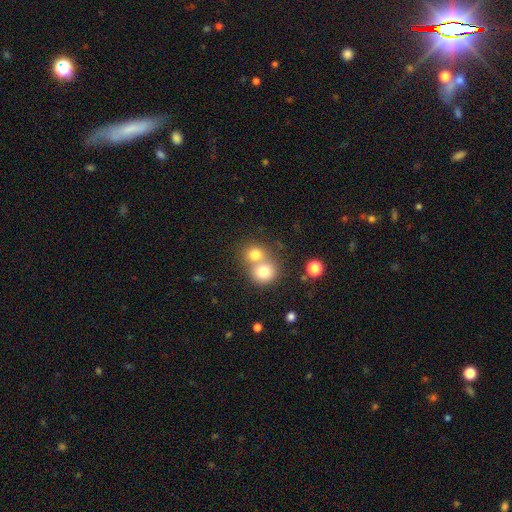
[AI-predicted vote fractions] A smooth galaxy with no disk features (72%) that is round (81%).

Vote fractions:
- Smooth or featured? smooth: 72% / featured or disk: 15% / star or artifact: 13%
- How rounded? round: 81% / in between: 18% / cigar-shaped: 1%
- Merging? merger: 59% / none: 34% / minor disturbance: 5% / major disturbance: 2%